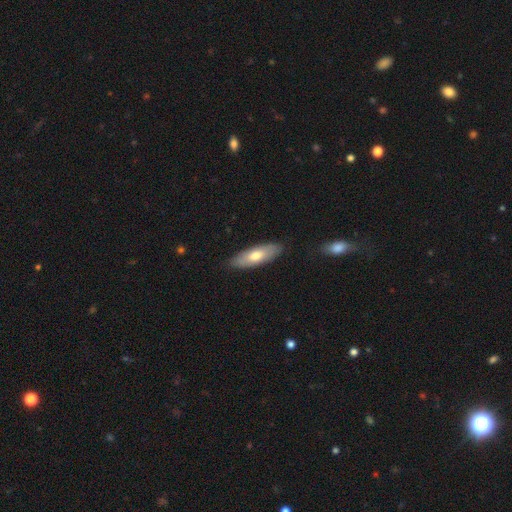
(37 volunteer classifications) Morphology: type=smooth (73%); roundness=in between (78%); merging=none (94%).